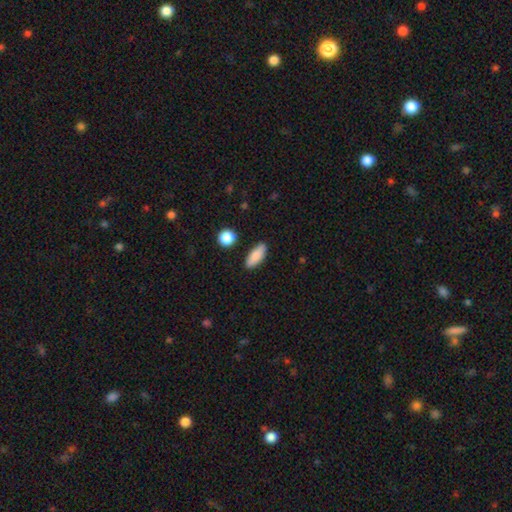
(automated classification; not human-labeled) Q: Smooth or featured?
A: smooth (86%); runner-up: featured or disk (7%)
Q: How rounded?
A: in between (77%); runner-up: cigar-shaped (21%)
Q: Merging?
A: none (85%); runner-up: minor disturbance (10%)